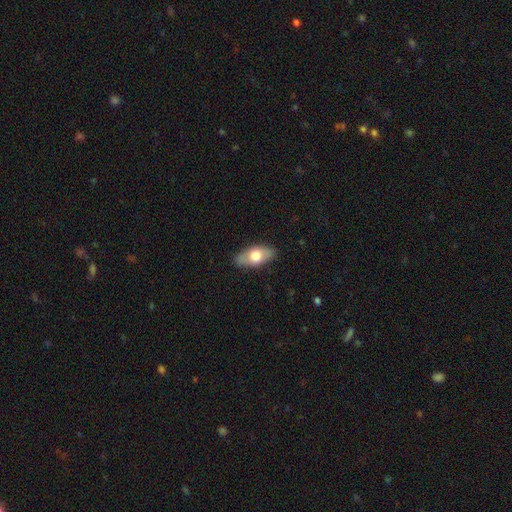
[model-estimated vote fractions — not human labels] Q: Smooth or featured?
A: smooth (64%); runner-up: featured or disk (30%)
Q: How rounded?
A: in between (85%); runner-up: cigar-shaped (11%)
Q: Merging?
A: none (85%); runner-up: minor disturbance (12%)